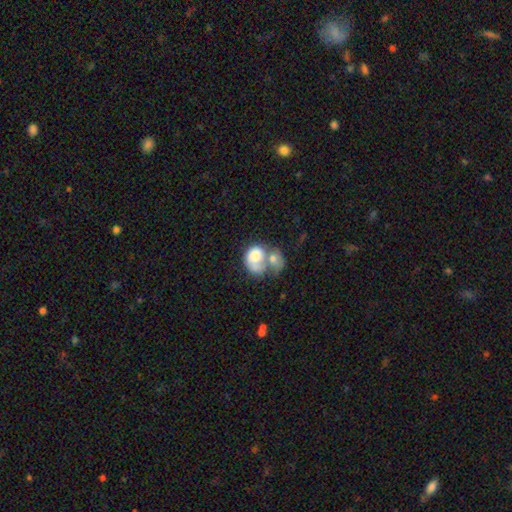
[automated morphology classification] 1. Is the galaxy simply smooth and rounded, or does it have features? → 61% smooth, 32% featured or disk, 7% star or artifact.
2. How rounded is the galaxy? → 54% in between, 45% round, 1% cigar-shaped.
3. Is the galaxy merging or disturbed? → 67% merger, 14% major disturbance, 11% none, 8% minor disturbance.